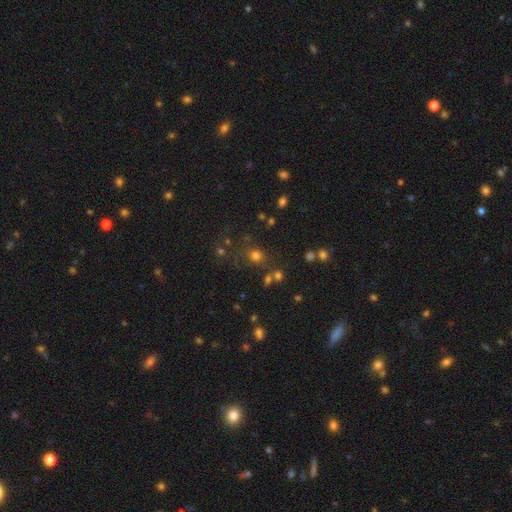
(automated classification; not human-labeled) Morphology: type=smooth (71%); roundness=round (81%); merging=none (73%).